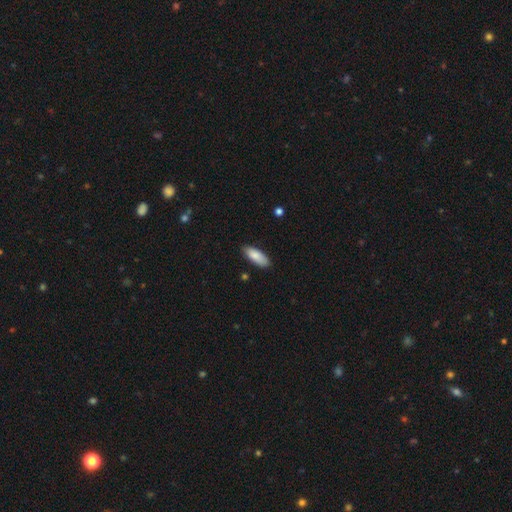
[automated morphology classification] Overall: smooth (85%). How rounded: in between (75%). Merging: none (83%).